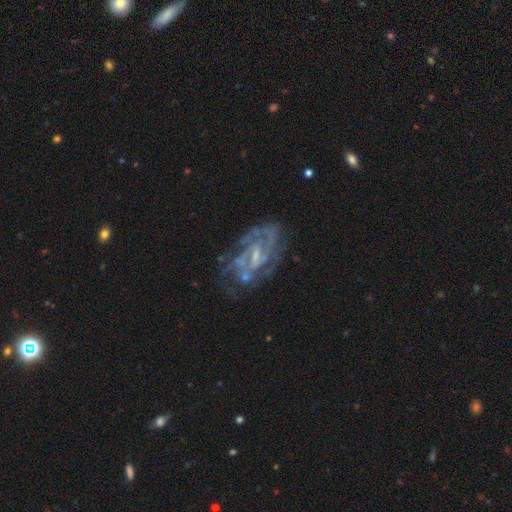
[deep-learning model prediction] Smooth or featured: featured or disk — 81% (star or artifact — 10%)
Edge-on disk: no — 96% (yes — 4%)
Bar: weak — 46% (no — 37%)
Spiral arms: yes — 84% (no — 16%)
Spiral winding: tight — 48% (medium — 39%)
Spiral arm count: can't tell — 37% (2 — 30%)
Bulge size: small — 54% (moderate — 25%)
Merging: none — 62% (minor disturbance — 19%)